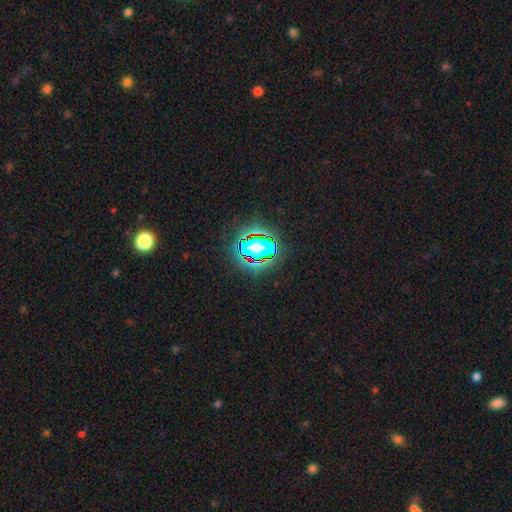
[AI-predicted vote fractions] Smooth or featured?
  - star or artifact: 78% *
  - smooth: 13%
  - featured or disk: 9%